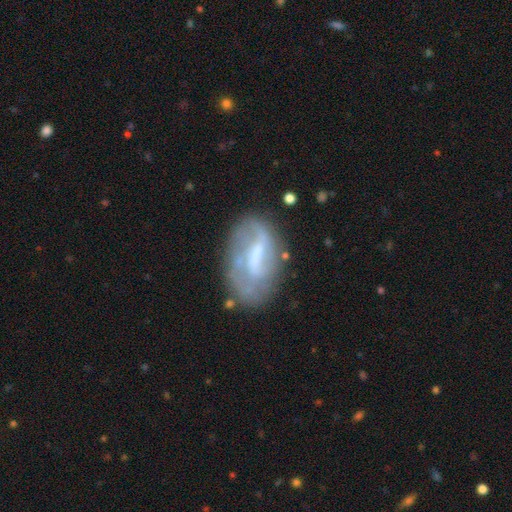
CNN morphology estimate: smooth-or-featured: featured or disk: 65% | smooth: 27% | star or artifact: 8%
  disk-edge-on: no: 94% | yes: 6%
    bar: weak: 44% | strong: 36% | no: 20%
    has-spiral-arms: yes: 64% | no: 36%
    bulge-size: small: 37% | moderate: 32% | none: 24% | large: 6% | dominant: 1%
  merging: none: 60% | minor disturbance: 23% | major disturbance: 13% | merger: 4%